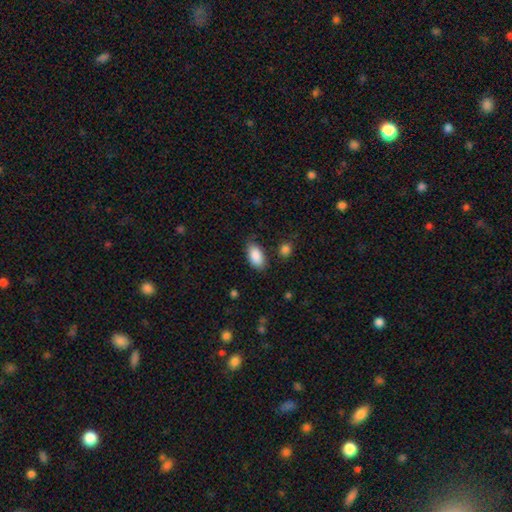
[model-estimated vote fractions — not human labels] This is clearly a smooth galaxy (88%). How rounded: clearly in between (93%). Merging: likely none (77%).